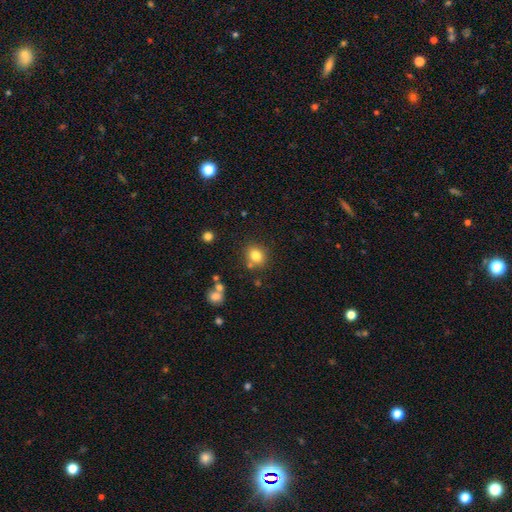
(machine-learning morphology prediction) A smooth galaxy with no disk features (80%) that is round (69%).

Vote fractions:
- Smooth or featured? smooth: 80% / star or artifact: 12% / featured or disk: 8%
- How rounded? round: 69% / in between: 30% / cigar-shaped: 1%
- Merging? none: 75% / minor disturbance: 12% / merger: 10% / major disturbance: 4%